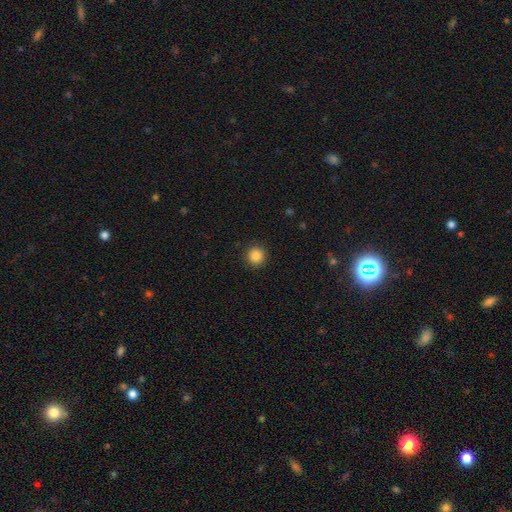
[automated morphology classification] Q: Smooth or featured?
A: smooth (87%); runner-up: star or artifact (10%)
Q: How rounded?
A: round (95%); runner-up: in between (4%)
Q: Merging?
A: none (92%); runner-up: minor disturbance (5%)